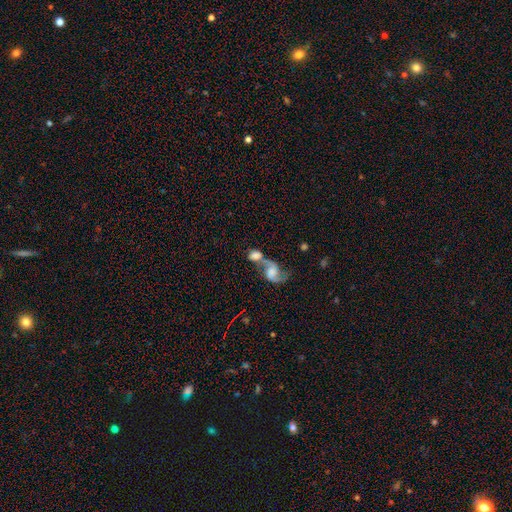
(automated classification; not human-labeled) Smooth or featured? Predicted: featured or disk (p=0.51). Edge-on disk? Predicted: no (p=0.95). Merging? Predicted: merger (p=0.68).